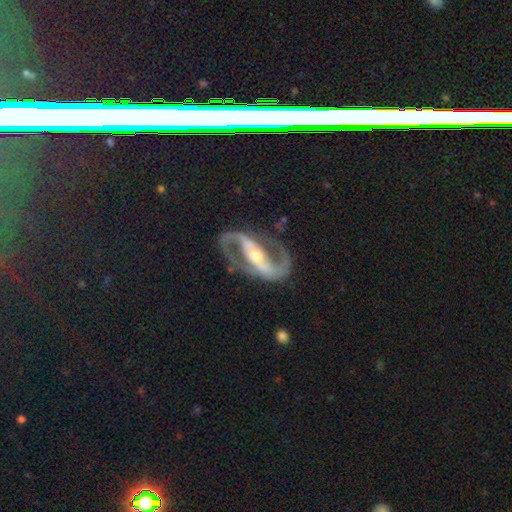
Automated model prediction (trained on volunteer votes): Smooth or featured?
  - featured or disk: 92% *
  - star or artifact: 4%
  - smooth: 4%
Edge-on disk?
  - no: 96% *
  - yes: 4%
Bar?
  - strong: 60% *
  - weak: 23%
  - no: 17%
Spiral arms?
  - yes: 96% *
  - no: 4%
Spiral winding?
  - medium: 57% *
  - loose: 26%
  - tight: 17%
Spiral arm count?
  - 2: 94% *
  - can't tell: 2%
  - 1: 2%
  - 3: 1%
  - 4: 1%
  - more than 4: 1%
Bulge size?
  - moderate: 59% *
  - small: 34%
  - large: 4%
  - none: 1%
  - dominant: 1%
Merging?
  - none: 81% *
  - minor disturbance: 11%
  - major disturbance: 6%
  - merger: 2%